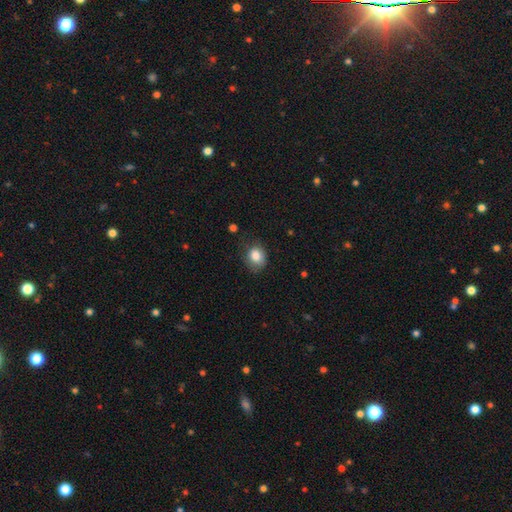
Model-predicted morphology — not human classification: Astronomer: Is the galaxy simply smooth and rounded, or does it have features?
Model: smooth — 84%.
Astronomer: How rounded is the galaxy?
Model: round — 58% (runner-up: in between, 41%).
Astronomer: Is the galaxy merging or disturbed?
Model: none — 67%.